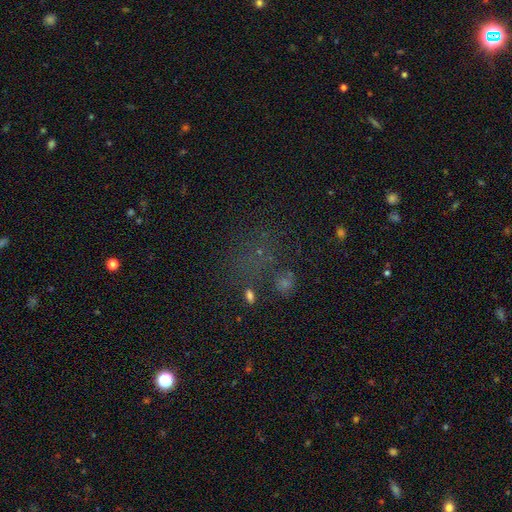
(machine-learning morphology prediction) Smooth or featured?
  - star or artifact: 49% *
  - smooth: 36%
  - featured or disk: 15%